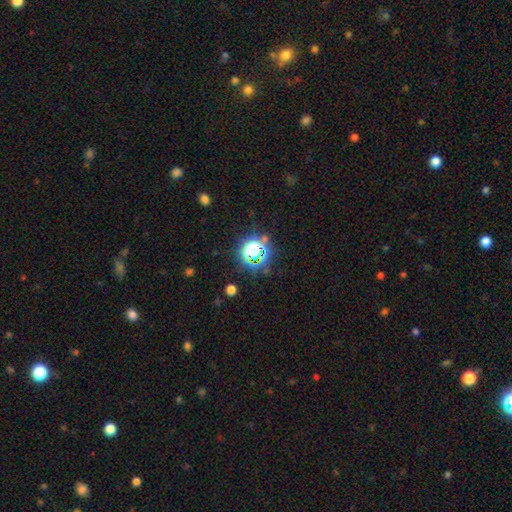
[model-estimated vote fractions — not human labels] This appears to be a star or artifact, not a galaxy (60%).